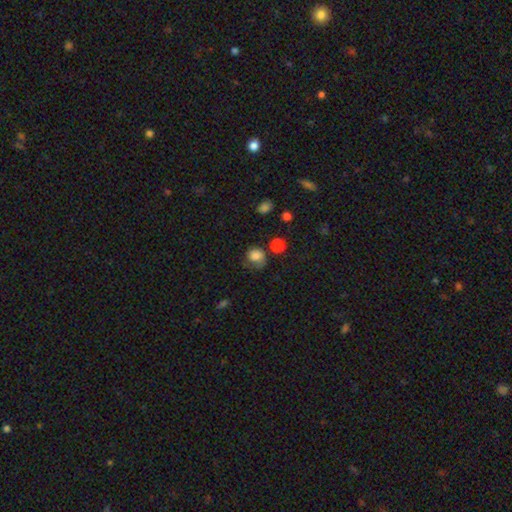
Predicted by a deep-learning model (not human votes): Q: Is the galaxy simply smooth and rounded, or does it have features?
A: smooth — 77%.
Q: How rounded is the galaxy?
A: round — 68%.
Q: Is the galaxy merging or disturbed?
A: none — 44%.